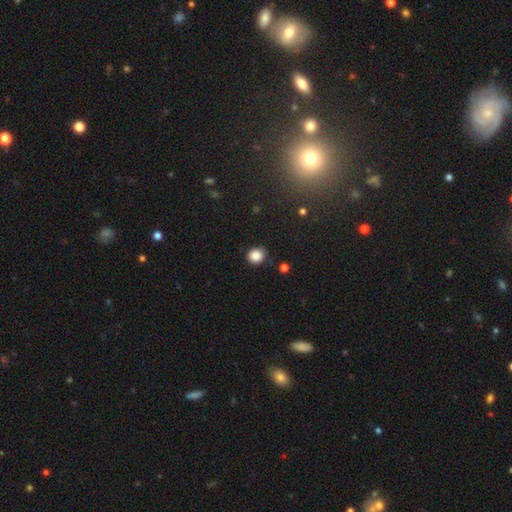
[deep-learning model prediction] A smooth galaxy with no disk features (86%) that is round (77%). Merging: none (84%).